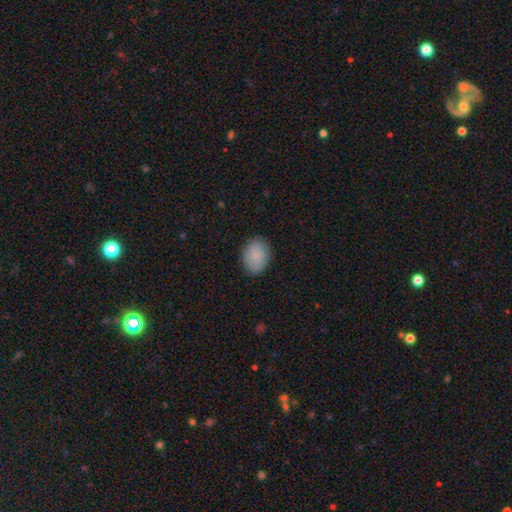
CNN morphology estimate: This is clearly a smooth galaxy (86%). How rounded: likely in between (64%). Merging: clearly none (84%).